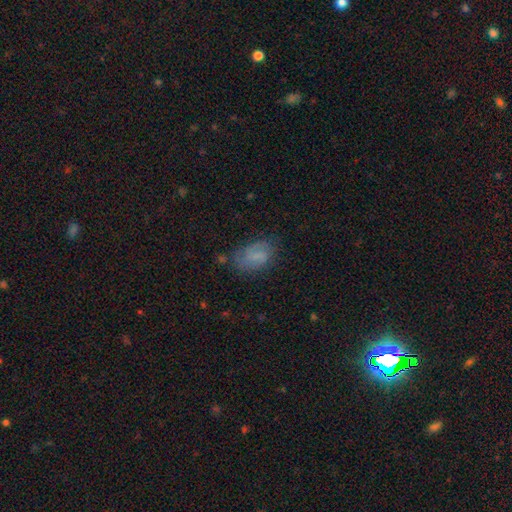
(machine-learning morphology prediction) smooth-or-featured: smooth: 59% | featured or disk: 30% | star or artifact: 10%
  how-rounded: in between: 88% | round: 8% | cigar-shaped: 3%
  merging: none: 60% | minor disturbance: 26% | major disturbance: 11% | merger: 3%